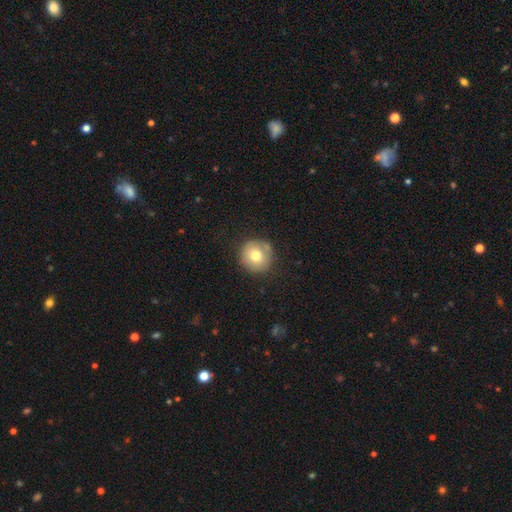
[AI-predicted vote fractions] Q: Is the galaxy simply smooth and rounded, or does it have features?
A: smooth — 74%.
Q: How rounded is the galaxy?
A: round — 94%.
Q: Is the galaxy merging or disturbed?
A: none — 80%.